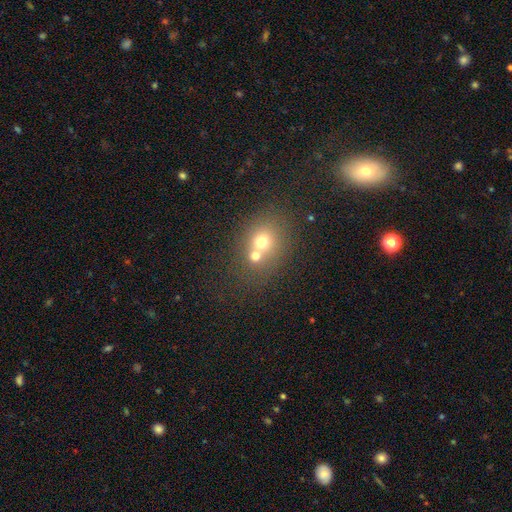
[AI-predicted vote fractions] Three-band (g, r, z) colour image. It shows a smooth galaxy with no disk features (66%) that is round (71%). Merging: merger (58%).